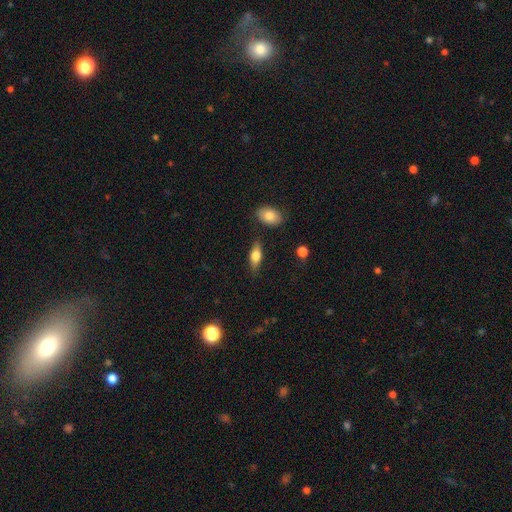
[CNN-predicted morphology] smooth_or_featured: smooth (p=0.65) [alt: featured or disk p=0.28]
how_rounded: in between (p=0.73) [alt: cigar-shaped p=0.23]
merging: none (p=0.80) [alt: minor disturbance p=0.13]